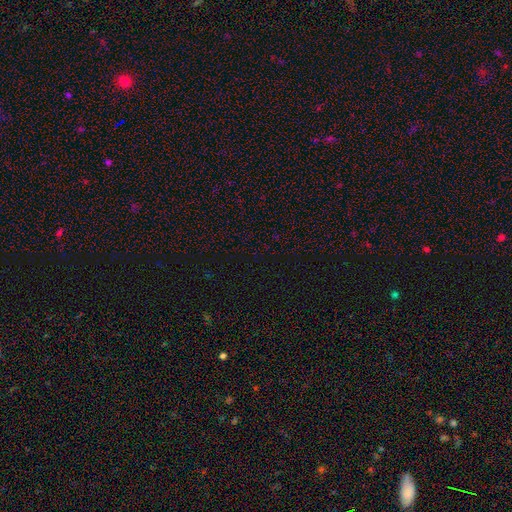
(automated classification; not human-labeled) The model was most divided on "smooth or featured": star or artifact: 72%, smooth: 22%, featured or disk: 7%.